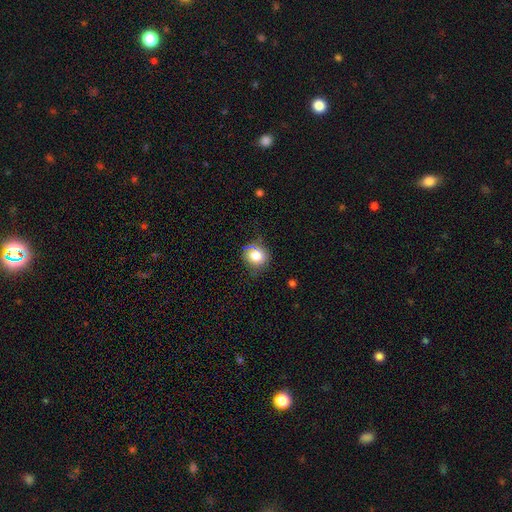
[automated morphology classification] A smooth galaxy with no disk features (76%) that is round (78%). Merging: none (72%).